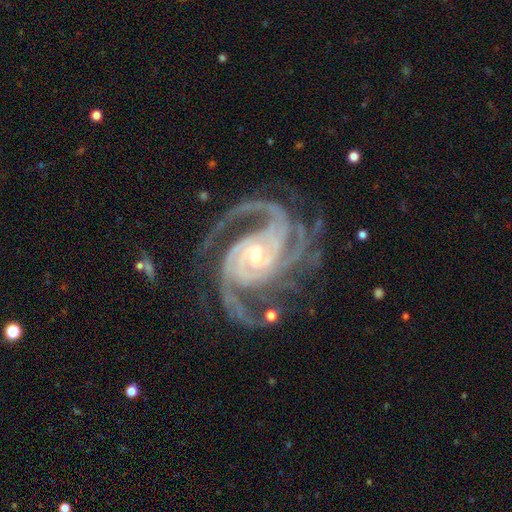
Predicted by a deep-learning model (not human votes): Smooth or featured?
  - featured or disk: 94% *
  - star or artifact: 4%
  - smooth: 2%
Edge-on disk?
  - no: 98% *
  - yes: 2%
Bar?
  - no: 47% *
  - weak: 32%
  - strong: 21%
Spiral arms?
  - yes: 99% *
  - no: 1%
Spiral winding?
  - tight: 51% *
  - medium: 42%
  - loose: 7%
Spiral arm count?
  - 3: 34% *
  - 4: 24%
  - 2: 15%
  - can't tell: 10%
  - more than 4: 9%
  - 1: 8%
Bulge size?
  - small: 57% *
  - moderate: 39%
  - large: 3%
  - none: 1%
  - dominant: 1%
Merging?
  - none: 65% *
  - minor disturbance: 17%
  - major disturbance: 16%
  - merger: 2%